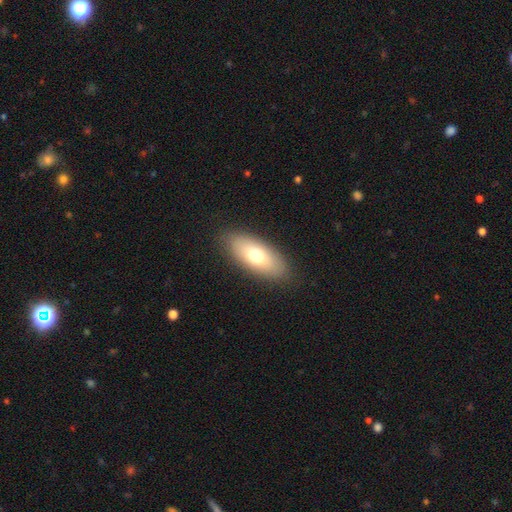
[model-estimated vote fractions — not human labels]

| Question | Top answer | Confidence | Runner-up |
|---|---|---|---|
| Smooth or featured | smooth | 70% | featured or disk (23%) |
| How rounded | in between | 84% | cigar-shaped (13%) |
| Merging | none | 86% | minor disturbance (10%) |